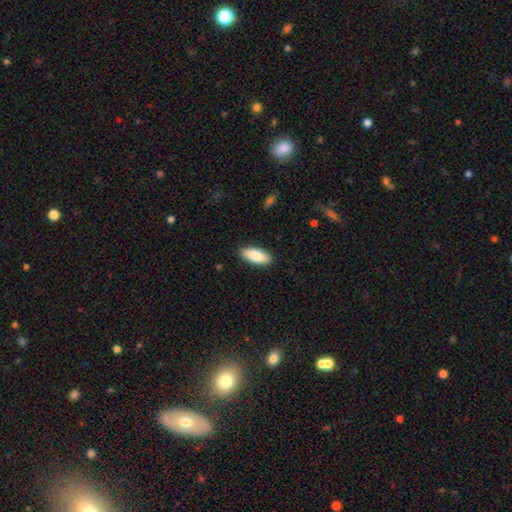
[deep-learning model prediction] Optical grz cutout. It shows a smooth galaxy with no disk features (85%) that is in between round and cigar-shaped (84%). Merging: none (89%).